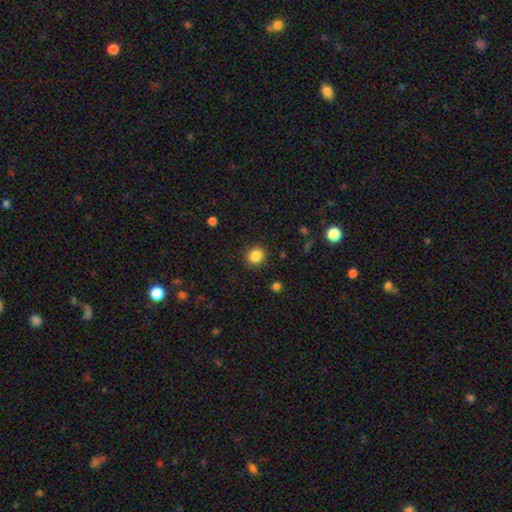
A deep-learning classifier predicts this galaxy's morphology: type=smooth (85%); roundness=round (90%); merging=none (90%).